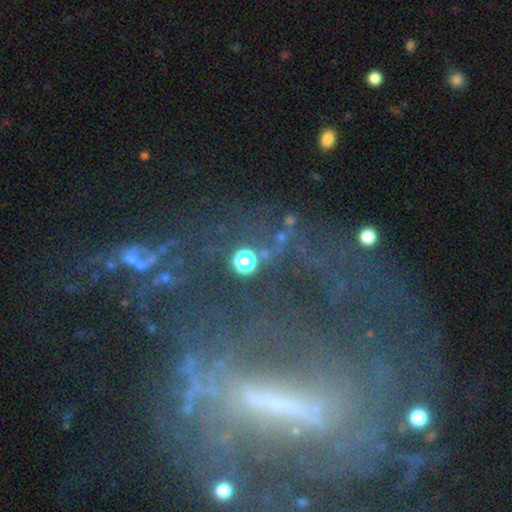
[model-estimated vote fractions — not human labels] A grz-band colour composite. It shows a featured or disk galaxy (78%) with a strong bar (66%), spiral arms (70%) and a small central bulge (38%). Merging: none (48%).